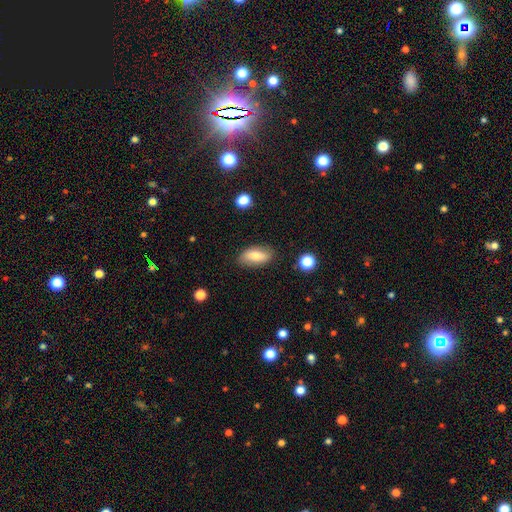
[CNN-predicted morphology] Smooth or featured: smooth — 67% (featured or disk — 25%)
How rounded: in between — 88% (cigar-shaped — 8%)
Merging: none — 84% (minor disturbance — 12%)